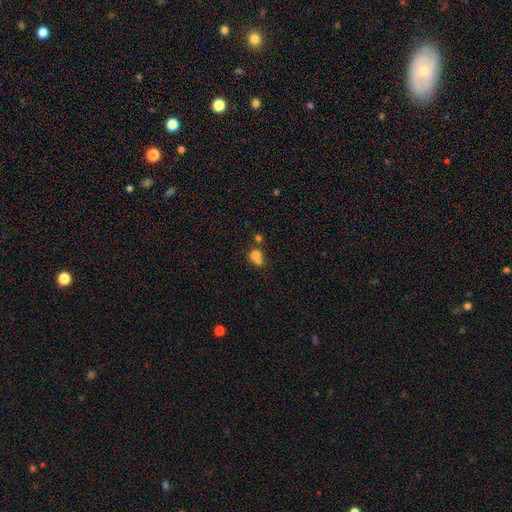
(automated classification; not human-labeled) Smooth or featured? smooth (73%)
How rounded? round (73%)
Merging? merger (57%)